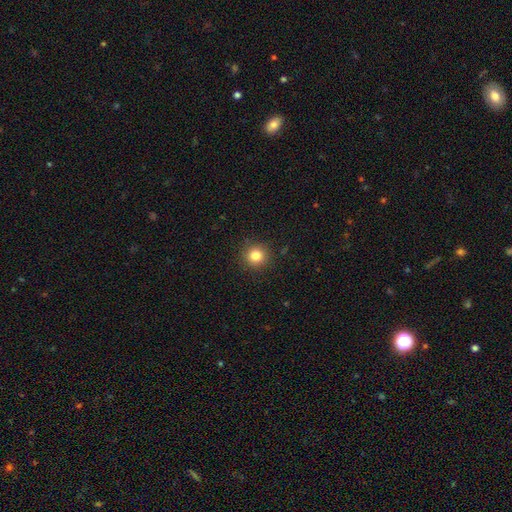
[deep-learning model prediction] Smooth or featured: smooth — 82% (star or artifact — 12%)
How rounded: round — 94% (in between — 5%)
Merging: none — 91% (minor disturbance — 6%)